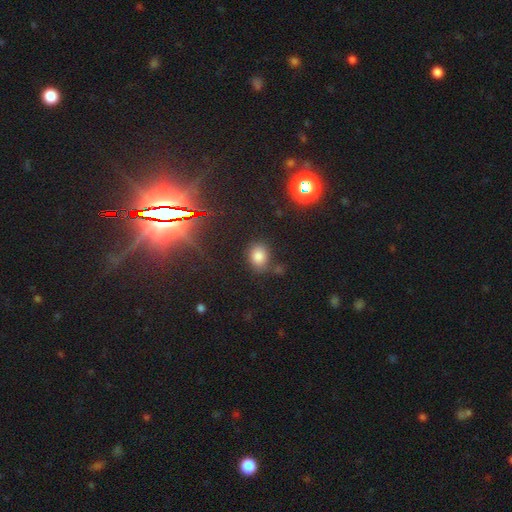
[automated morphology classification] Smooth or featured: smooth — 75% (star or artifact — 18%)
How rounded: in between — 53% (round — 45%)
Merging: none — 76% (minor disturbance — 14%)